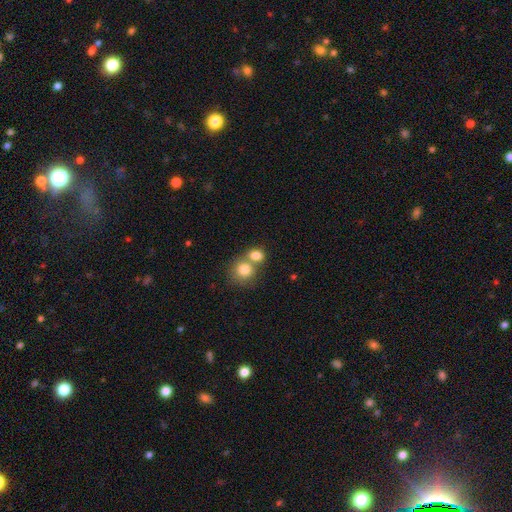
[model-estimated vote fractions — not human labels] smooth 81%, featured or disk 10%, star or artifact 9%. Down the decision tree: how rounded — round (63%); merging — merger (53%).